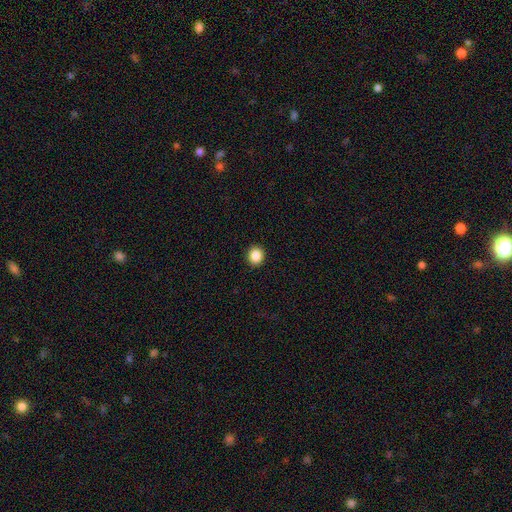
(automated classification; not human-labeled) The model was most divided on "how rounded": round: 85%, in between: 14%, cigar-shaped: 1%. More confident: merging — none (93%); smooth or featured — smooth (87%).